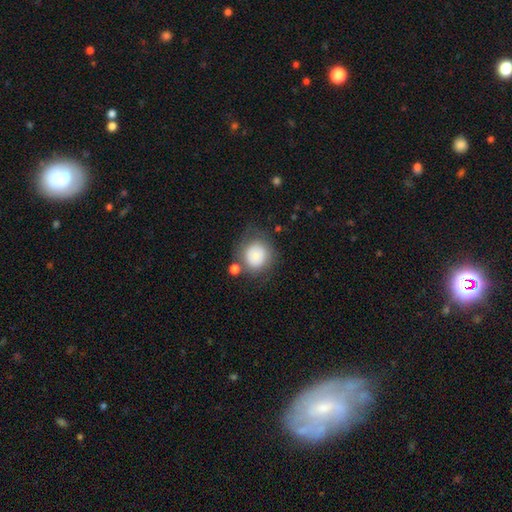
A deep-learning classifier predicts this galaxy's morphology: type=smooth (77%); roundness=round (83%); merging=none (65%).